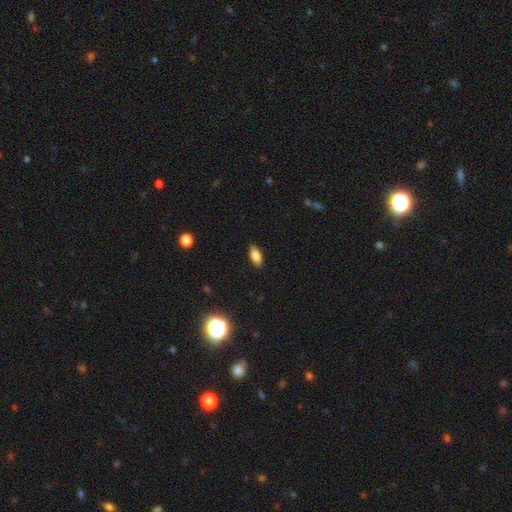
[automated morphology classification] This appears to be a smooth galaxy with no disk features (84%) that is in between round and cigar-shaped (87%). Merging: none (89%).